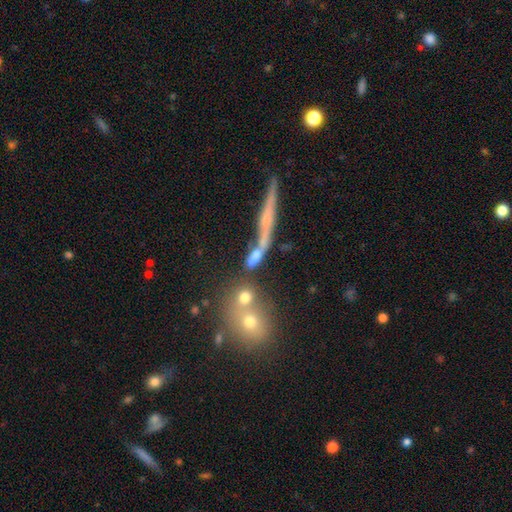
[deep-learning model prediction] Smooth or featured?
  - smooth: 57% *
  - featured or disk: 27%
  - star or artifact: 16%
How rounded?
  - cigar-shaped: 50% *
  - in between: 34%
  - round: 16%
Merging?
  - none: 44% *
  - merger: 32%
  - minor disturbance: 13%
  - major disturbance: 10%